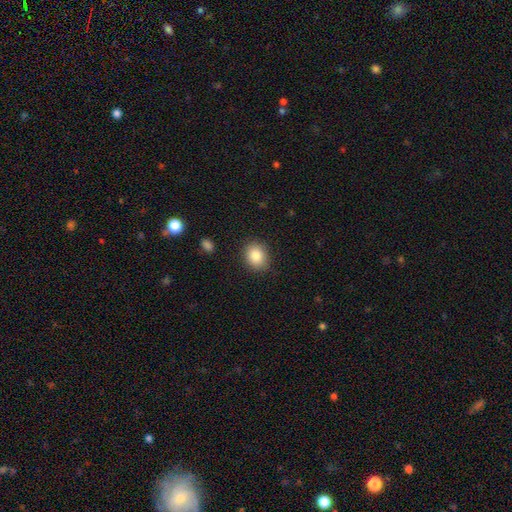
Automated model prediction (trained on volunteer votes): Q: Smooth or featured?
A: smooth (84%); runner-up: star or artifact (9%)
Q: How rounded?
A: round (57%); runner-up: in between (42%)
Q: Merging?
A: none (86%); runner-up: minor disturbance (10%)